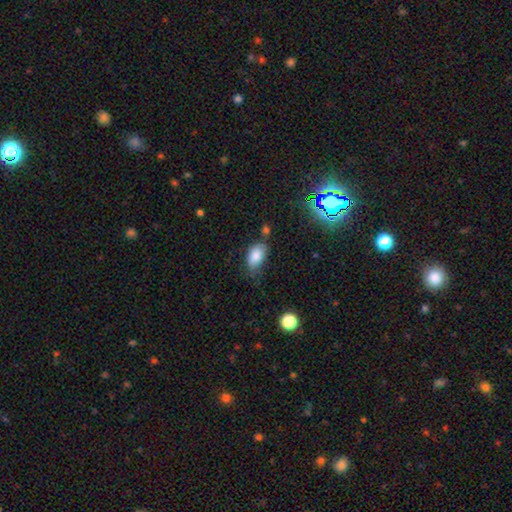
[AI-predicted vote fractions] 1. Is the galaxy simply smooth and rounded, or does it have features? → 83% smooth, 9% star or artifact, 8% featured or disk.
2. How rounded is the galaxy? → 92% in between, 6% round, 2% cigar-shaped.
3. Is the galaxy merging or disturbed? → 58% none, 28% minor disturbance, 8% major disturbance, 6% merger.